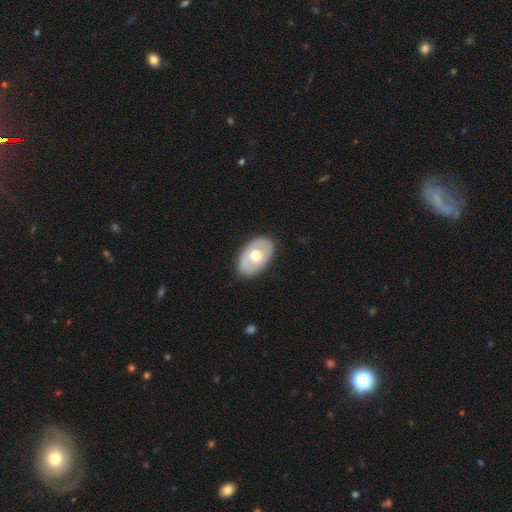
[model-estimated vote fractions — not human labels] Morphology: type=featured or disk (49%); merging=none (84%).